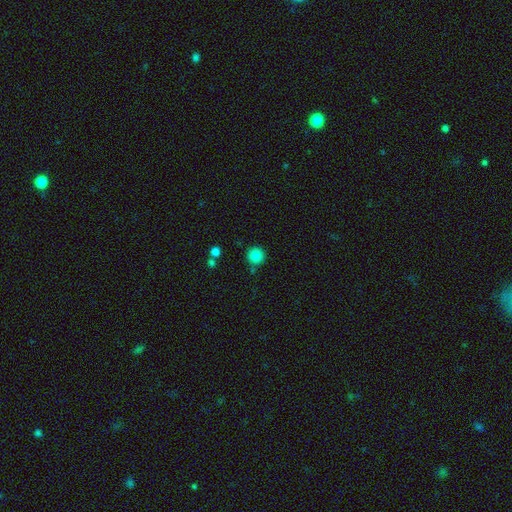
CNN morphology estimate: smooth 83%, star or artifact 11%, featured or disk 6%. Down the decision tree: how rounded — round (95%); merging — none (84%).